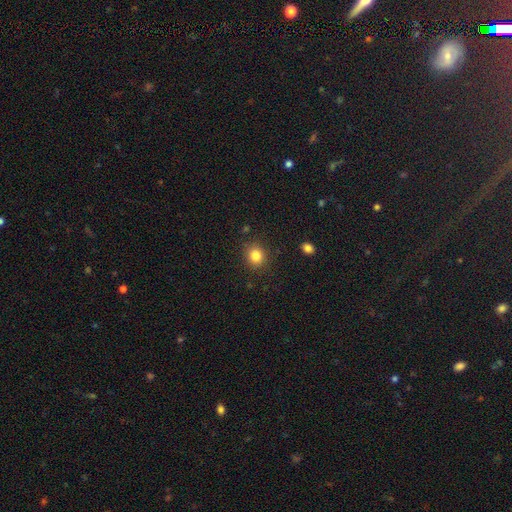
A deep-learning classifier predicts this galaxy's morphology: Smooth or featured? smooth (83%)
How rounded? round (77%)
Merging? none (87%)